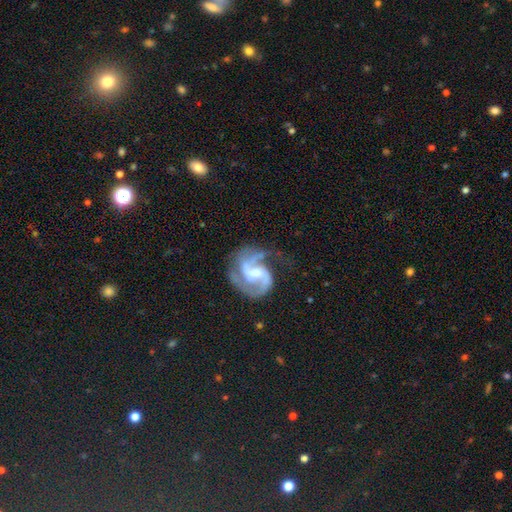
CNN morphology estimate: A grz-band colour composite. It shows a featured or disk galaxy (92%) with a weak bar (49%), 2 (79%) medium (59%) spiral arms (98%) and a moderate central bulge (50%). Merging: none (66%).